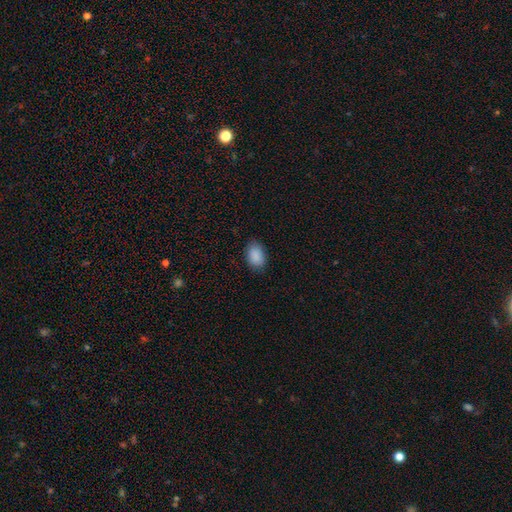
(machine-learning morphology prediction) This appears to be a smooth galaxy with no disk features (90%) that is in between round and cigar-shaped (88%). Merging: none (83%).